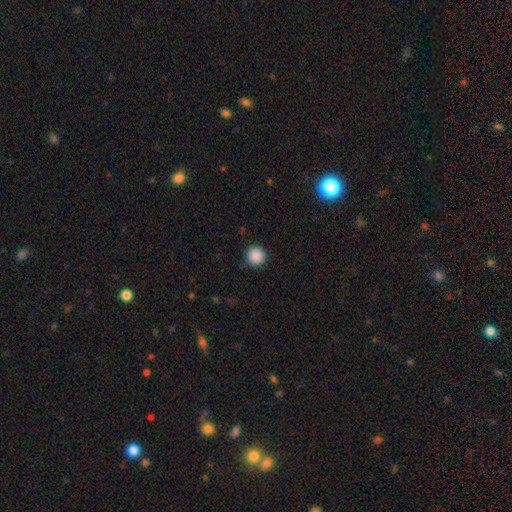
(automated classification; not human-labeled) smooth 89%, star or artifact 9%, featured or disk 2%. Down the decision tree: how rounded — round (96%); merging — none (90%).